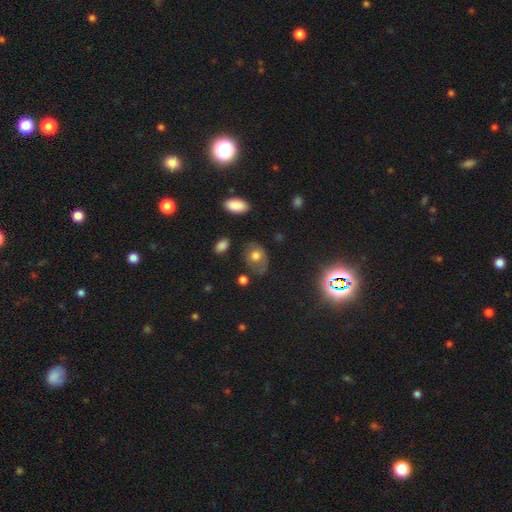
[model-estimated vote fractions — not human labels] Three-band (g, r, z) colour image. It shows a smooth galaxy with no disk features (66%) that is in between round and cigar-shaped (67%). Merging: none (52%).